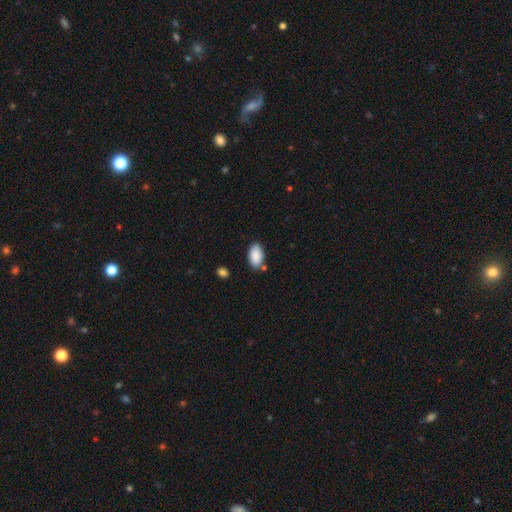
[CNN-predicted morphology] A smooth galaxy with no disk features (89%) that is in between round and cigar-shaped (94%).

Vote fractions:
- Smooth or featured? smooth: 89% / star or artifact: 6% / featured or disk: 4%
- How rounded? in between: 94% / round: 4% / cigar-shaped: 2%
- Merging? none: 77% / minor disturbance: 14% / merger: 6% / major disturbance: 3%